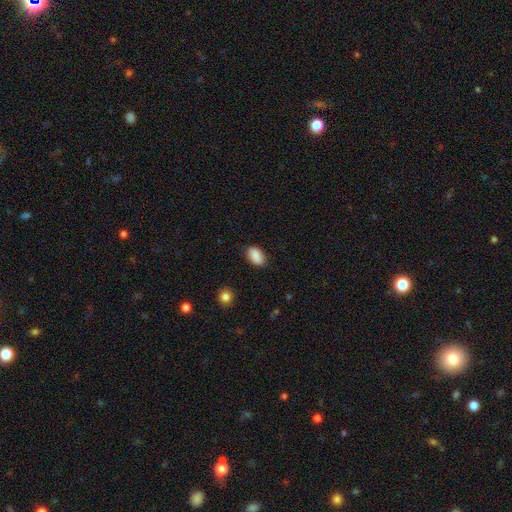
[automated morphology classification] Smooth or featured? Predicted: smooth (p=0.88). How rounded? Predicted: in between (p=0.92). Merging? Predicted: none (p=0.83).